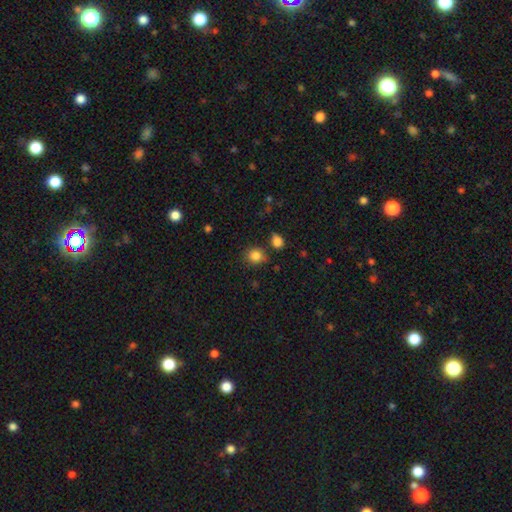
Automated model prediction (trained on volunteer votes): smooth 84%, star or artifact 11%, featured or disk 5%. Down the decision tree: how rounded — round (72%); merging — none (76%).